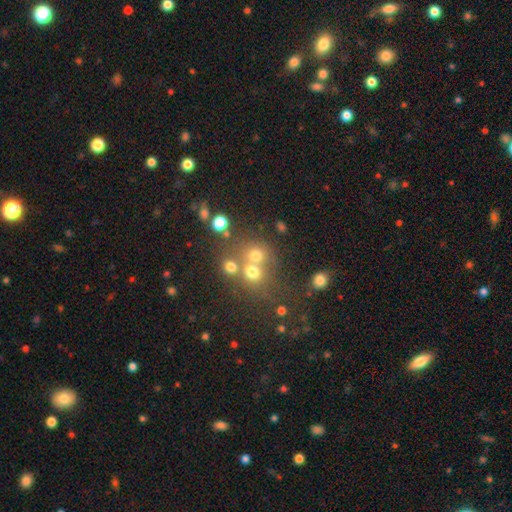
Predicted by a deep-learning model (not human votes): A smooth galaxy with no disk features (67%) that is round (79%). Merging: none (47%).